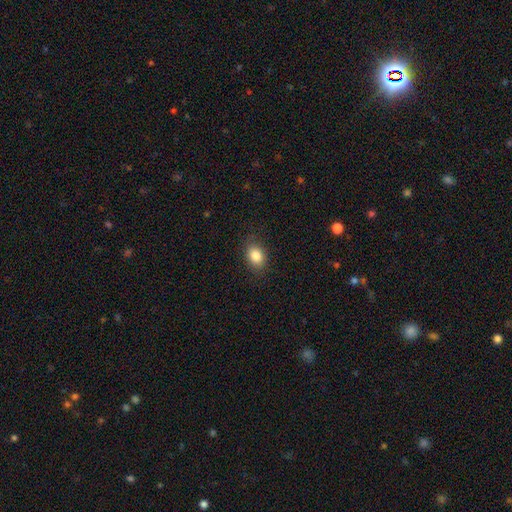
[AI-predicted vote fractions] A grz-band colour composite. It shows a smooth galaxy with no disk features (84%) that is in between round and cigar-shaped (69%). Merging: none (84%).